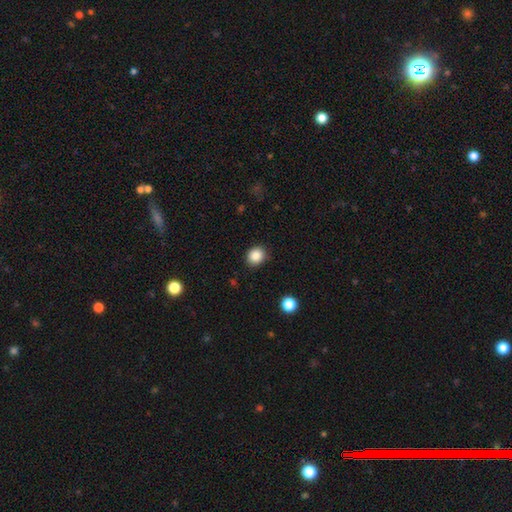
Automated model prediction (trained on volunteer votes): This is clearly a smooth galaxy (86%). How rounded: likely round (80%). Merging: clearly none (88%).